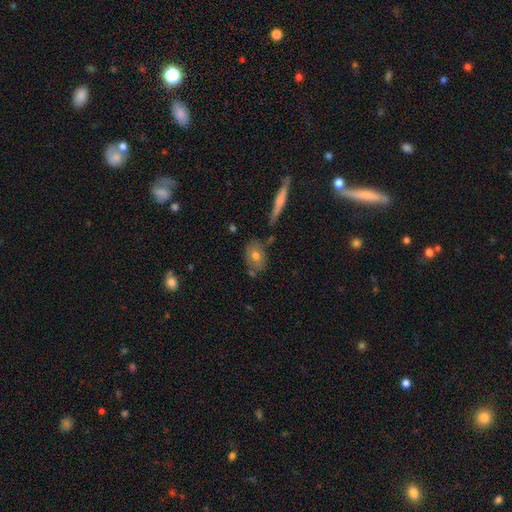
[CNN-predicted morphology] Q: Smooth or featured?
A: smooth (69%); runner-up: featured or disk (23%)
Q: How rounded?
A: in between (76%); runner-up: round (21%)
Q: Merging?
A: none (67%); runner-up: minor disturbance (18%)